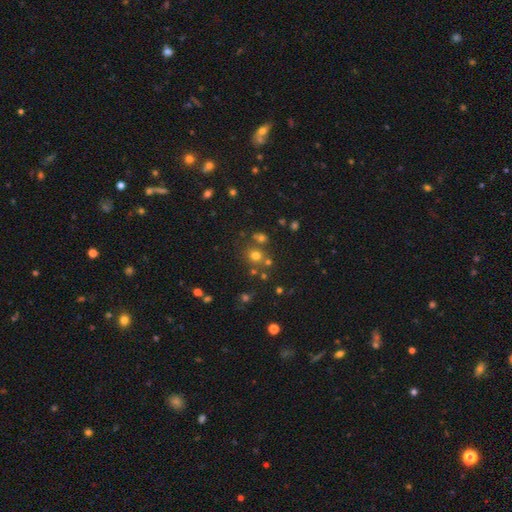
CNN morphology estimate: A smooth galaxy with no disk features (66%) that is round (82%).

Vote fractions:
- Smooth or featured? smooth: 66% / star or artifact: 24% / featured or disk: 10%
- How rounded? round: 82% / in between: 17% / cigar-shaped: 1%
- Merging? none: 69% / merger: 18% / minor disturbance: 10% / major disturbance: 4%